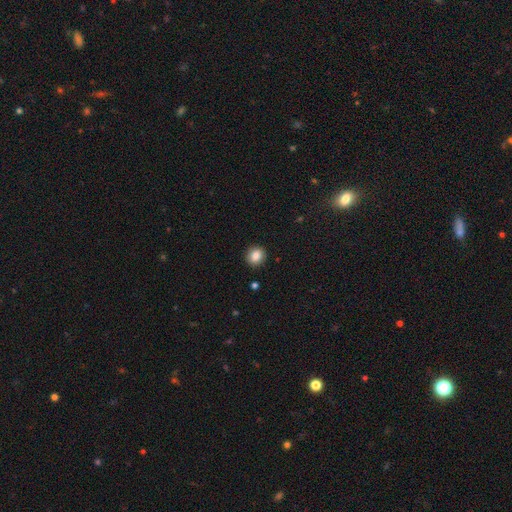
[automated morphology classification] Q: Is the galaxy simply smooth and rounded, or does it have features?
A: smooth — 84%.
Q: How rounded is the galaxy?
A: round — 89%.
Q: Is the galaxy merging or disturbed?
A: none — 92%.